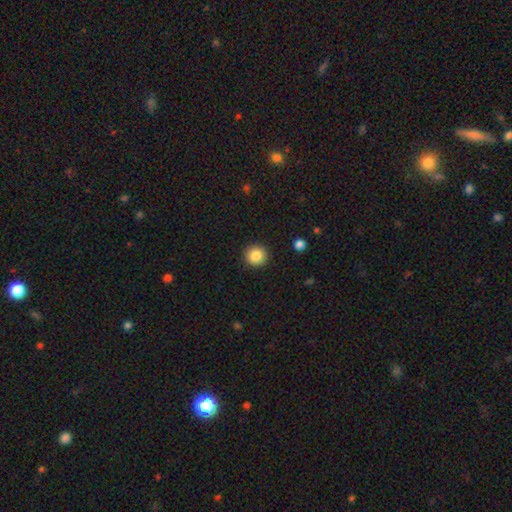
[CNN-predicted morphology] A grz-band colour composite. It shows a smooth galaxy with no disk features (86%) that is round (94%). Merging: none (92%).